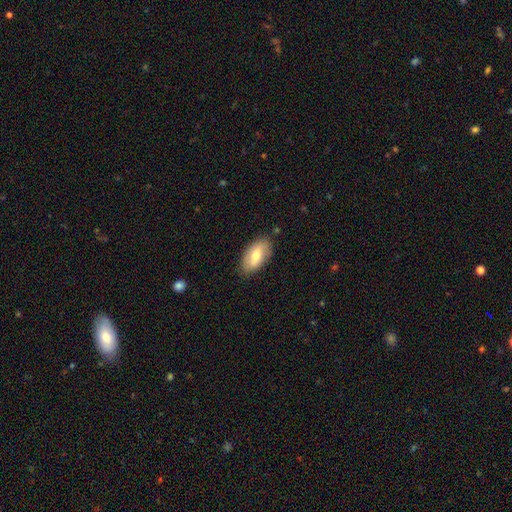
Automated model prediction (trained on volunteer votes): Smooth or featured?
  - smooth: 66% *
  - featured or disk: 27%
  - star or artifact: 6%
How rounded?
  - in between: 93% *
  - cigar-shaped: 4%
  - round: 4%
Merging?
  - none: 81% *
  - minor disturbance: 15%
  - major disturbance: 3%
  - merger: 1%